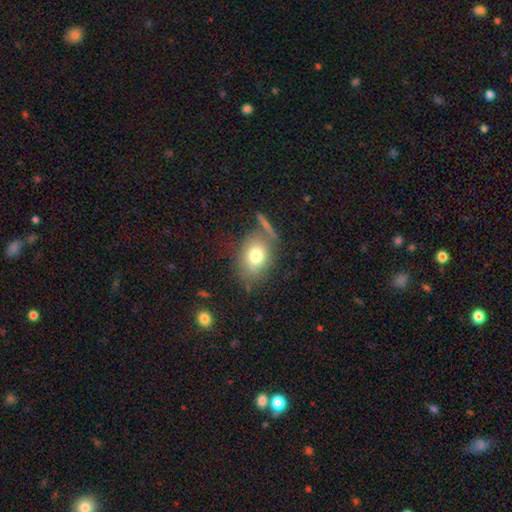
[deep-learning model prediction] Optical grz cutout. It shows a smooth galaxy with no disk features (75%) that is in between round and cigar-shaped (65%). Merging: none (66%).